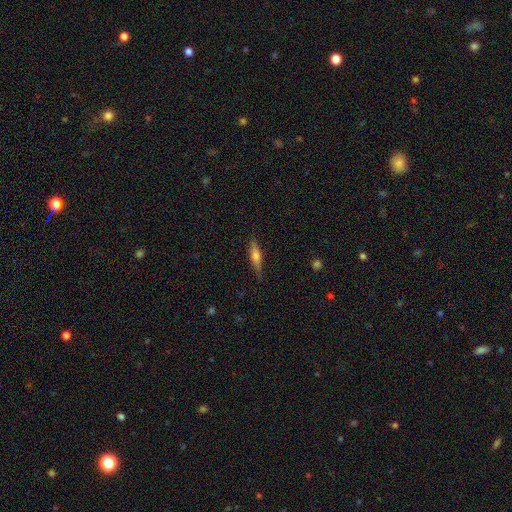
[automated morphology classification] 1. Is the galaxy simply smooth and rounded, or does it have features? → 51% featured or disk, 42% smooth, 7% star or artifact.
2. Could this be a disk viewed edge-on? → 95% yes, 5% no.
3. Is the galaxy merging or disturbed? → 84% none, 12% minor disturbance, 2% major disturbance, 1% merger.